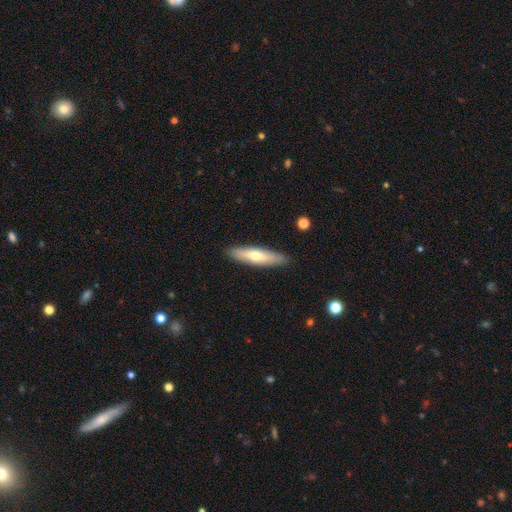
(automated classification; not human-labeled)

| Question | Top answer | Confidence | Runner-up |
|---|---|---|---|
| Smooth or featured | smooth | 61% | featured or disk (34%) |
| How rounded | cigar-shaped | 76% | in between (23%) |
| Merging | none | 88% | minor disturbance (9%) |